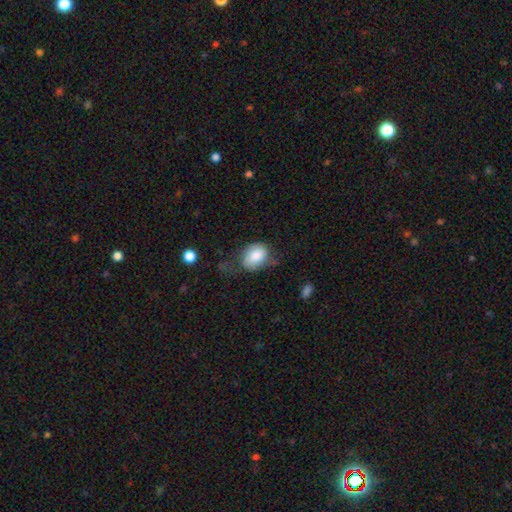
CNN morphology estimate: The model was most divided on "merging": none: 42%, minor disturbance: 33%, major disturbance: 22%, merger: 3%. More confident: smooth or featured — smooth (78%); how rounded — in between (66%).